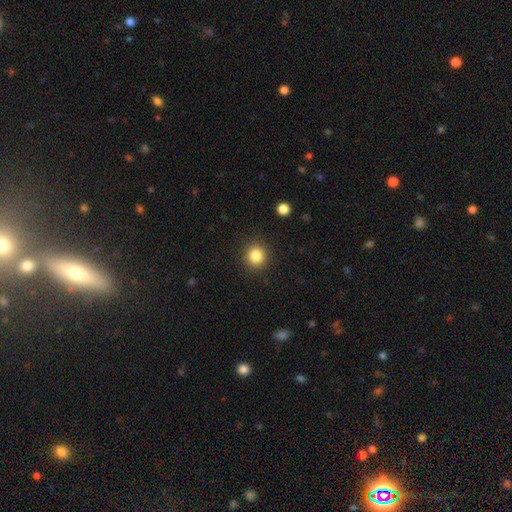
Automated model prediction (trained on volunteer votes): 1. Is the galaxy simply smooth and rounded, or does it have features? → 84% smooth, 11% star or artifact, 5% featured or disk.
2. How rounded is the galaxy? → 89% round, 10% in between, 1% cigar-shaped.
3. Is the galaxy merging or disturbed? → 91% none, 6% minor disturbance, 2% major disturbance, 1% merger.